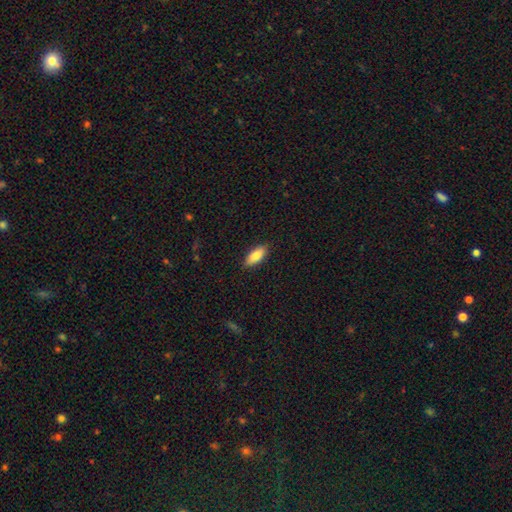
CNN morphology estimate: Overall: smooth (85%). How rounded: in between (80%). Merging: none (88%).